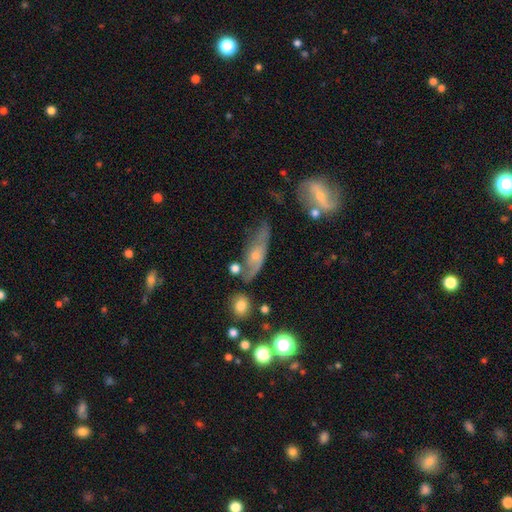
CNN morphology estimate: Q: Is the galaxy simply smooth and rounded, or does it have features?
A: featured or disk — 56%.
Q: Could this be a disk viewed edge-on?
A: no — 60%.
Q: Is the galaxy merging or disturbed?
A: none — 45%.